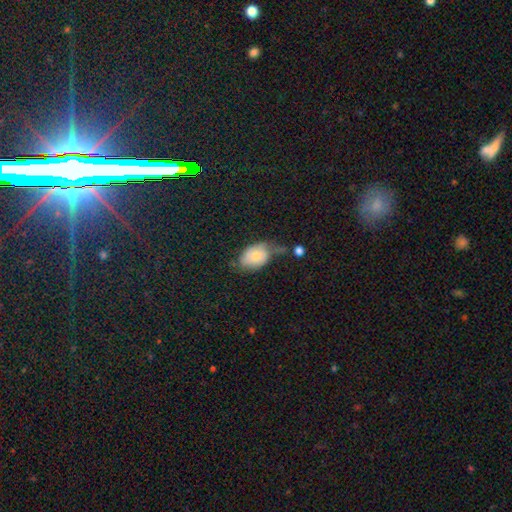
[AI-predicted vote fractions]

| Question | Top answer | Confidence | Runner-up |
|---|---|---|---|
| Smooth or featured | smooth | 65% | featured or disk (22%) |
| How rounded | in between | 81% | round (18%) |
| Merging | none | 39% | minor disturbance (37%) |